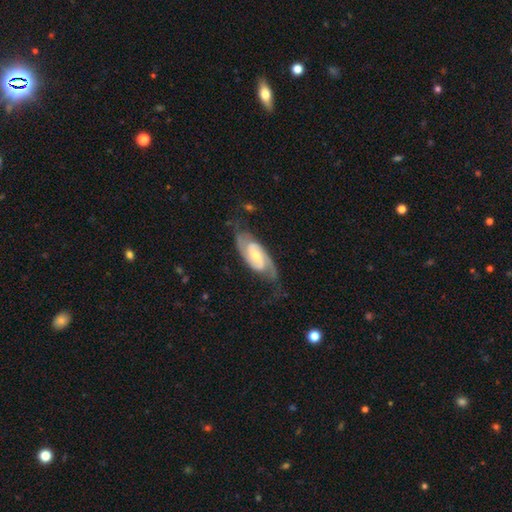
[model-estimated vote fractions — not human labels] Overall: featured or disk (87%). Edge-on disk: no (95%). Bar: weak (46%; no 35%). Spiral arms: yes (98%). Spiral arm count: 2 (89%). Spiral winding: medium (46%; tight 41%). Bulge size: small (50%; moderate 42%). Merging: none (68%).